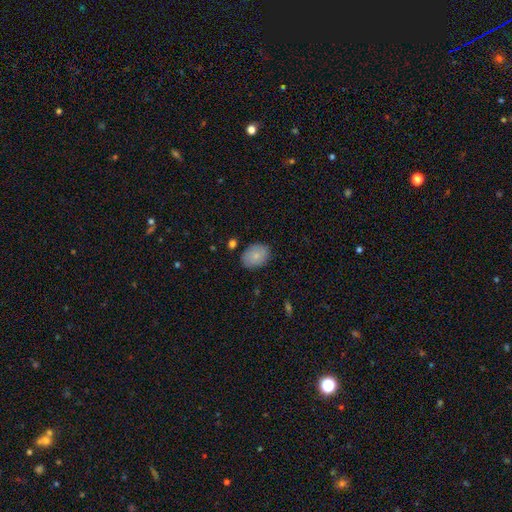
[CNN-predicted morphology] Smooth or featured? smooth (78%)
How rounded? in between (65%)
Merging? none (81%)